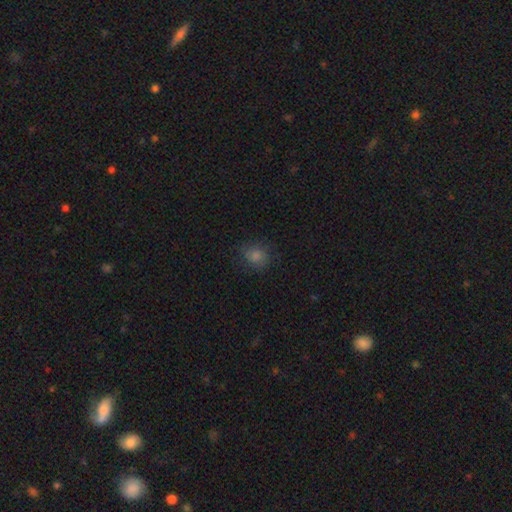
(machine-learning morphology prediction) Q: Smooth or featured?
A: smooth (71%); runner-up: star or artifact (19%)
Q: How rounded?
A: round (78%); runner-up: in between (21%)
Q: Merging?
A: none (80%); runner-up: minor disturbance (15%)